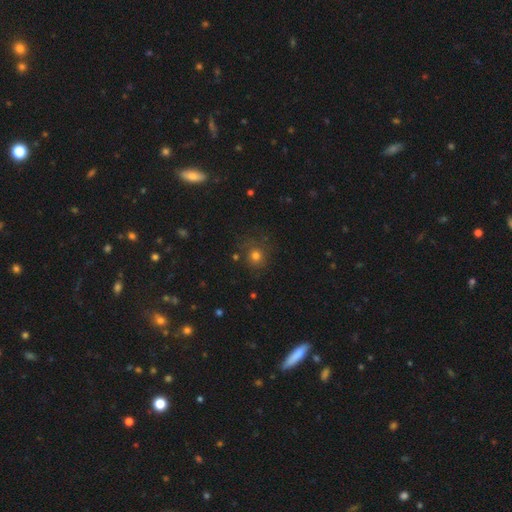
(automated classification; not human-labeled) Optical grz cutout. It shows a smooth galaxy with no disk features (73%) that is round (90%). Merging: none (77%).